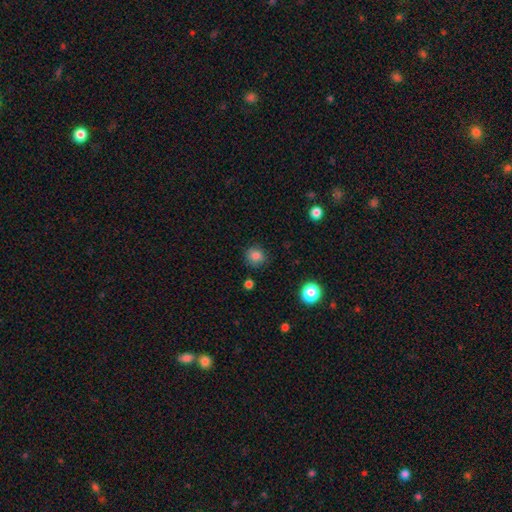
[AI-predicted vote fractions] Smooth or featured?
  - smooth: 84% *
  - star or artifact: 12%
  - featured or disk: 4%
How rounded?
  - round: 87% *
  - in between: 12%
  - cigar-shaped: 1%
Merging?
  - none: 86% *
  - minor disturbance: 10%
  - major disturbance: 3%
  - merger: 2%